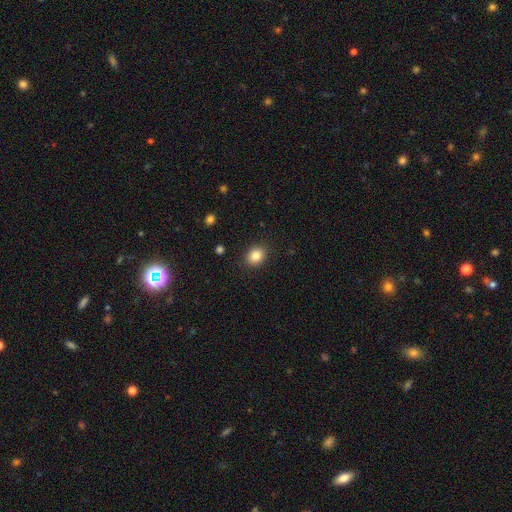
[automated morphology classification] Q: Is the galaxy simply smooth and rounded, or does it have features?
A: smooth — 85%.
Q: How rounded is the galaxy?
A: round — 53%.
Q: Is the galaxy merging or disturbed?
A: none — 89%.